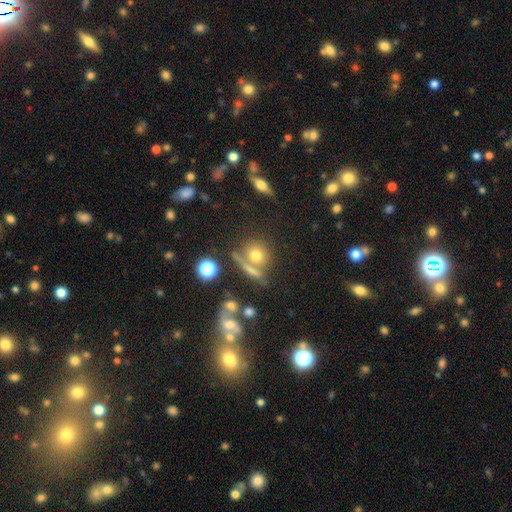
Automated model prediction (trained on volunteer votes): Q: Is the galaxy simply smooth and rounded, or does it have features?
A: smooth — 64%.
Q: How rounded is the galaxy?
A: round — 80%.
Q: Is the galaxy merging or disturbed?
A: none — 56%.